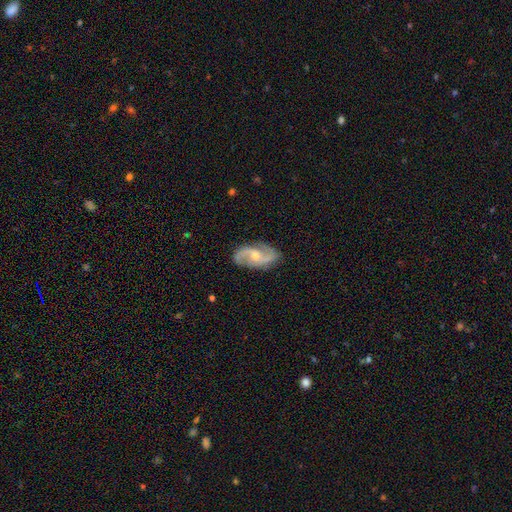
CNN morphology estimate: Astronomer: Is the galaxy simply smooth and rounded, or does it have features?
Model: featured or disk — 87%.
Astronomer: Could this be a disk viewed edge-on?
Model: no — 97%.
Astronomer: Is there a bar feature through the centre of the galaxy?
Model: no — 49% (runner-up: weak, 42%).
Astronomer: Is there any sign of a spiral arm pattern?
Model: yes — 97%.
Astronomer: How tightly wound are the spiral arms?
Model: medium — 47% (runner-up: loose, 40%).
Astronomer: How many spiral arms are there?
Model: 2 — 91%.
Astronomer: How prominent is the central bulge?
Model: small — 47% (runner-up: moderate, 46%).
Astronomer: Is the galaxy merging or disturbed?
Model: none — 81%.